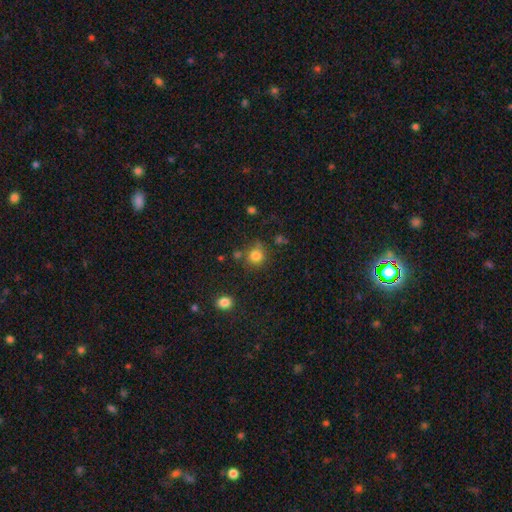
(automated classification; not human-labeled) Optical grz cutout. It shows a smooth galaxy with no disk features (81%) that is round (90%). Merging: none (74%).